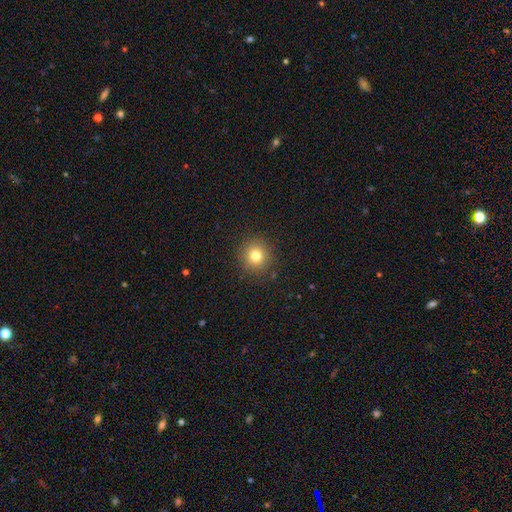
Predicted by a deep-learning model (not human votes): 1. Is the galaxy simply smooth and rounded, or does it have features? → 79% smooth, 13% star or artifact, 8% featured or disk.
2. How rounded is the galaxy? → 93% round, 6% in between, 1% cigar-shaped.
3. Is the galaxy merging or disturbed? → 90% none, 6% minor disturbance, 2% major disturbance, 1% merger.